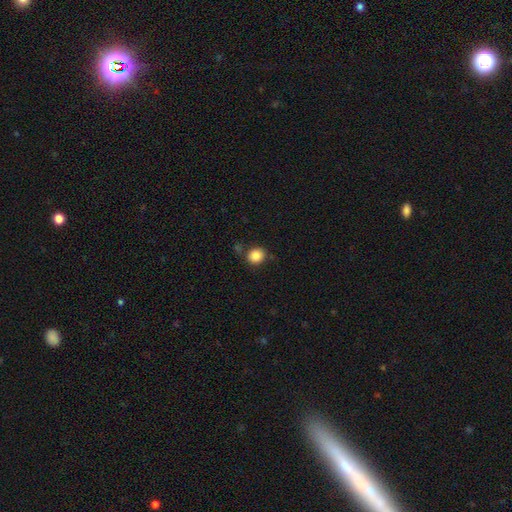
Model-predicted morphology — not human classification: Smooth or featured? Predicted: smooth (p=0.87). How rounded? Predicted: round (p=0.83). Merging? Predicted: none (p=0.77).